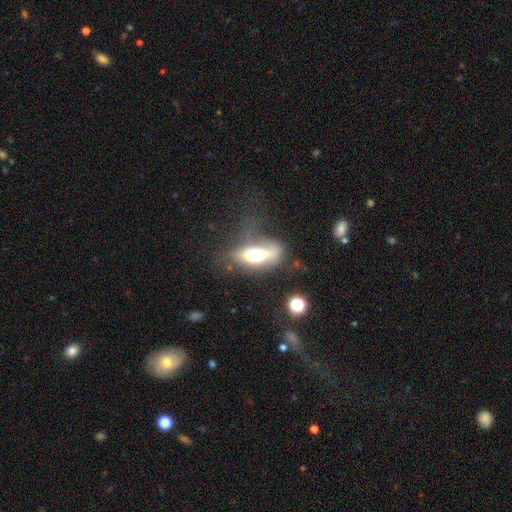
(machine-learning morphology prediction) smooth_or_featured: smooth (p=0.56) [alt: featured or disk p=0.34]
how_rounded: in between (p=0.76) [alt: cigar-shaped p=0.17]
merging: none (p=0.37) [alt: major disturbance p=0.31]